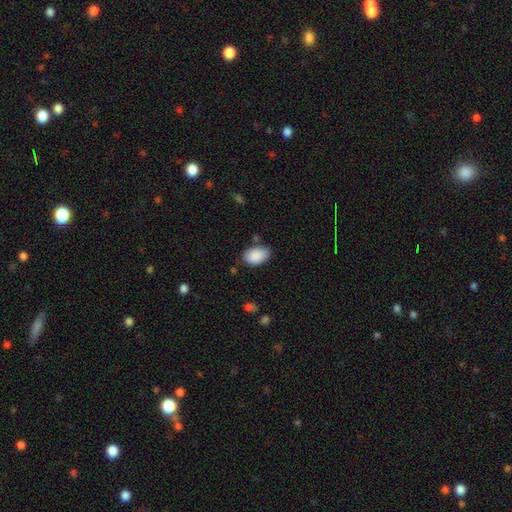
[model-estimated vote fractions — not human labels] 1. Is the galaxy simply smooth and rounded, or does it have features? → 89% smooth, 7% star or artifact, 4% featured or disk.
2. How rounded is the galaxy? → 90% in between, 9% round, 1% cigar-shaped.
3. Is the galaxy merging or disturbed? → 72% none, 20% minor disturbance, 4% major disturbance, 3% merger.